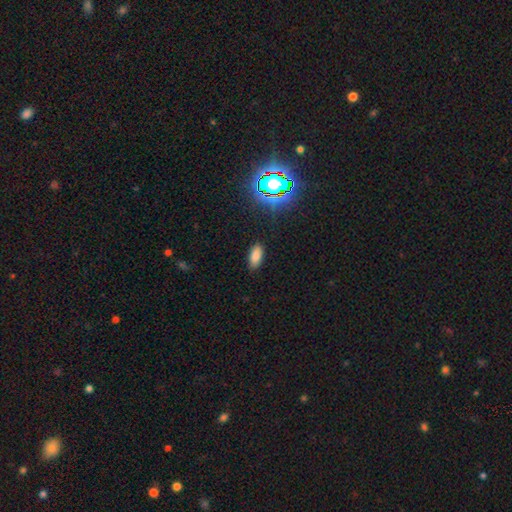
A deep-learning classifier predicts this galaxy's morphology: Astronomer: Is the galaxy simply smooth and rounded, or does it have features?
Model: smooth — 79%.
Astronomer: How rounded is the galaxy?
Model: in between — 87%.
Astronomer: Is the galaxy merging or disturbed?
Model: none — 86%.